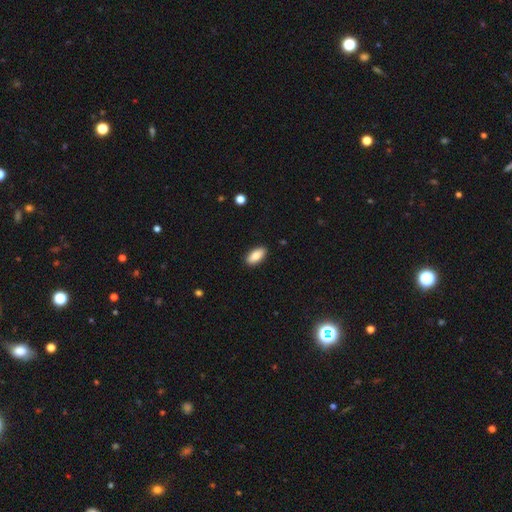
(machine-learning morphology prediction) Q: Smooth or featured?
A: smooth (83%); runner-up: featured or disk (10%)
Q: How rounded?
A: in between (89%); runner-up: cigar-shaped (8%)
Q: Merging?
A: none (89%); runner-up: minor disturbance (8%)